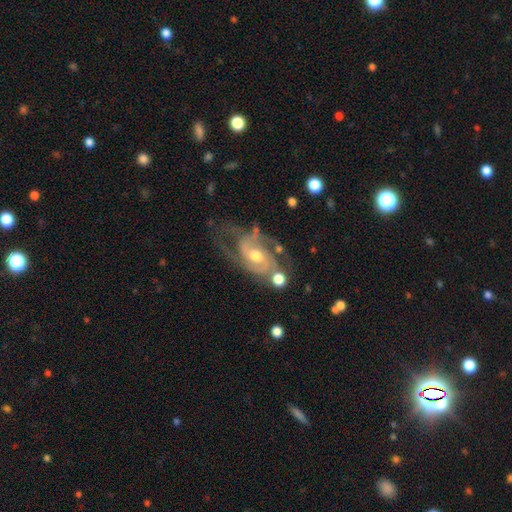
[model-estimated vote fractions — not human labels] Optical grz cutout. It shows a featured or disk galaxy (87%) with no bar (56%), 2 (54%) medium (44%) spiral arms (95%) and a moderate central bulge (67%). Merging: none (54%).